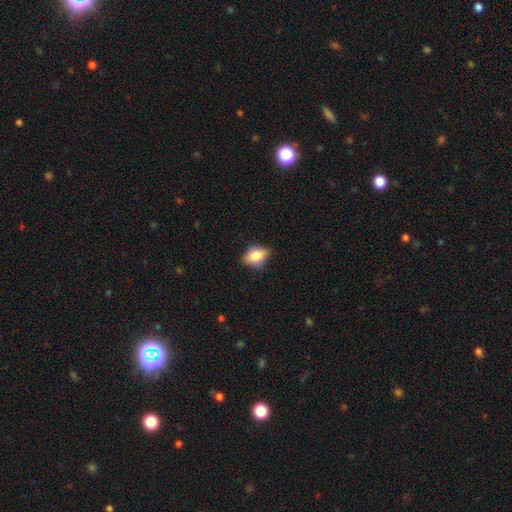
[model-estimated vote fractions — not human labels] smooth-or-featured: smooth: 72% | featured or disk: 19% | star or artifact: 9%
  how-rounded: in between: 68% | round: 29% | cigar-shaped: 3%
  merging: none: 71% | minor disturbance: 23% | major disturbance: 5% | merger: 1%